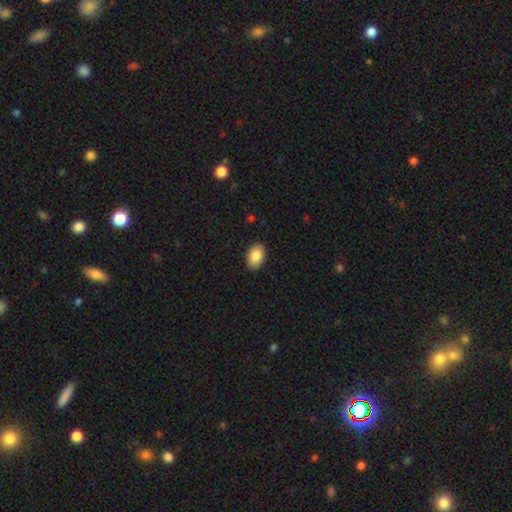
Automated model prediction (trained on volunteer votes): This is clearly a smooth galaxy (87%). How rounded: clearly in between (87%). Merging: clearly none (89%).